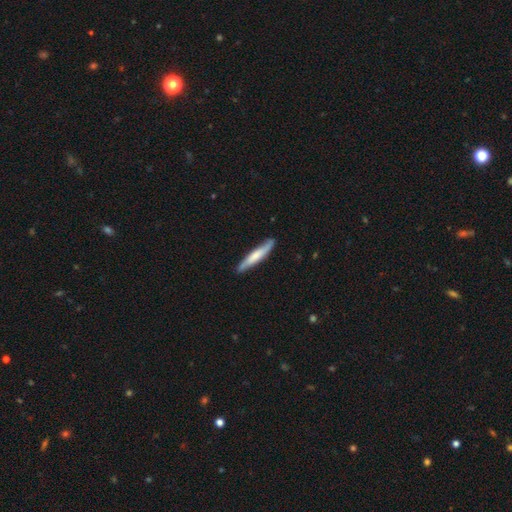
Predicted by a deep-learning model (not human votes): smooth 57%, featured or disk 38%, star or artifact 5%. Down the decision tree: how rounded — cigar-shaped (92%); merging — none (84%).